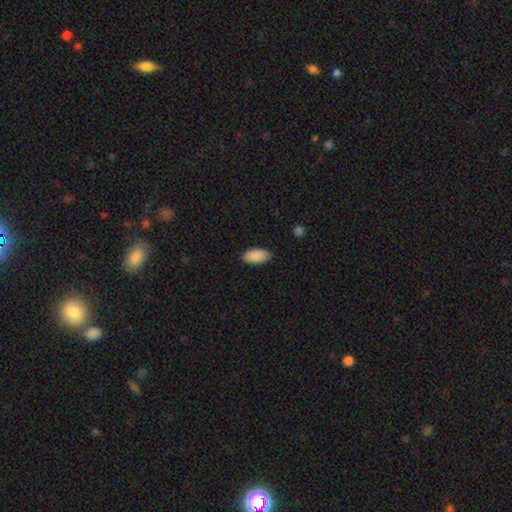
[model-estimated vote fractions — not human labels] This appears to be a smooth galaxy with no disk features (90%) that is in between round and cigar-shaped (94%). Merging: none (85%).